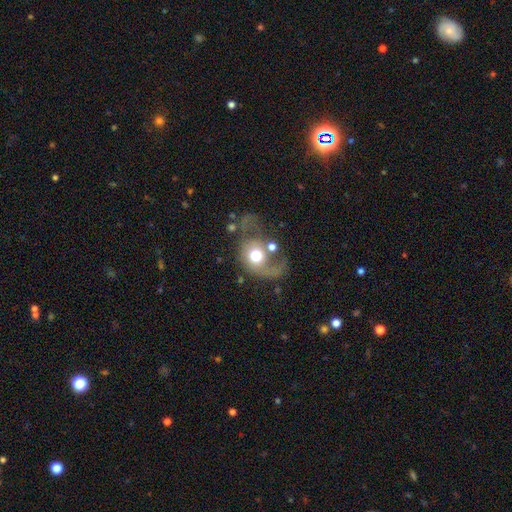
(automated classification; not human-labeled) Smooth or featured?
  - featured or disk: 45% * (tied)
  - smooth: 45% * (tied)
  - star or artifact: 10%
Merging?
  - major disturbance: 47% *
  - none: 22%
  - merger: 16%
  - minor disturbance: 15%